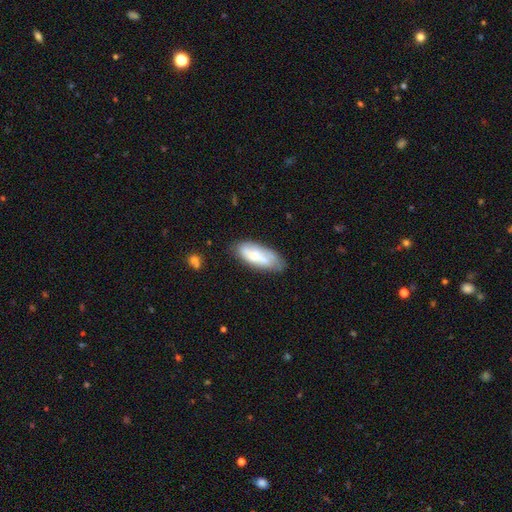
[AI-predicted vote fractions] This appears to be a smooth galaxy with no disk features (58%) that is in between round and cigar-shaped (78%). Merging: none (61%).